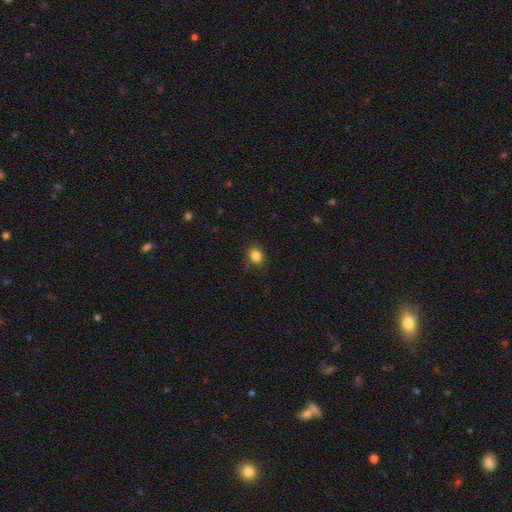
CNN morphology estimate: This appears to be a smooth galaxy with no disk features (85%) that is round (52%). Merging: none (83%).